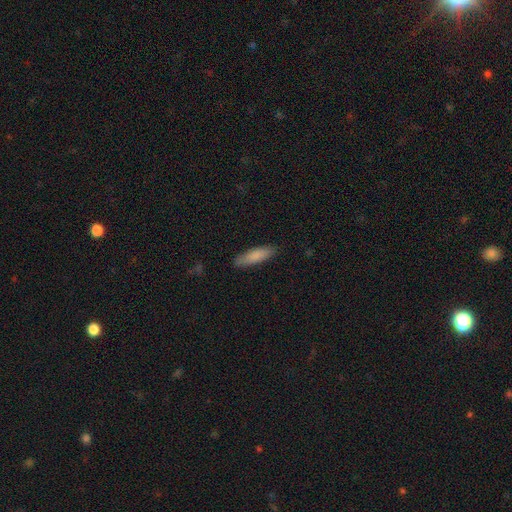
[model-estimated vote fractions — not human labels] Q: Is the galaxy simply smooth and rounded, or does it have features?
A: smooth — 84%.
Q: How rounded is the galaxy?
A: cigar-shaped — 65%.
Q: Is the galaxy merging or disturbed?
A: none — 87%.